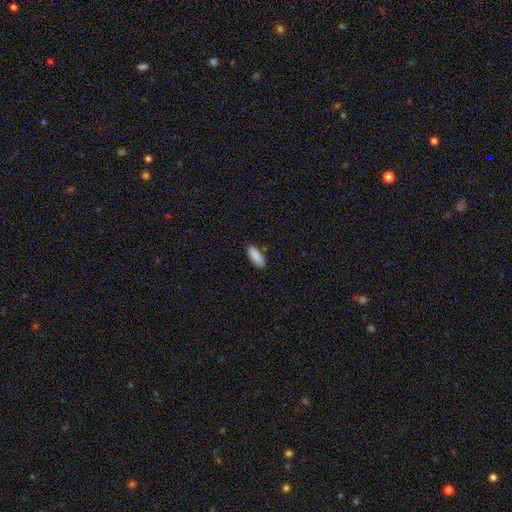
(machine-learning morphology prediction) A smooth galaxy with no disk features (90%) that is in between round and cigar-shaped (81%). Merging: none (85%).